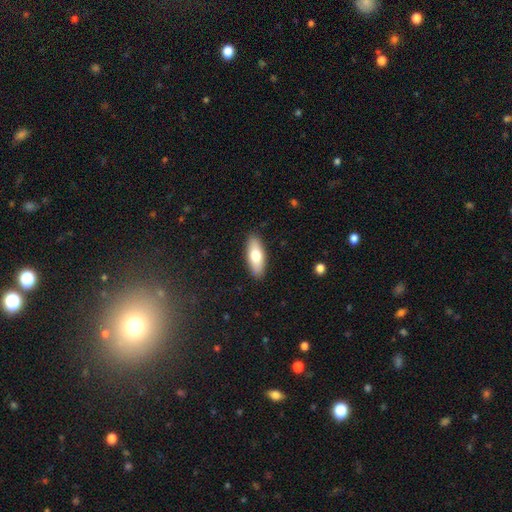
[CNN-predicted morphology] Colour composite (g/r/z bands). It shows a smooth galaxy with no disk features (71%) that is in between round and cigar-shaped (72%). Merging: none (89%).